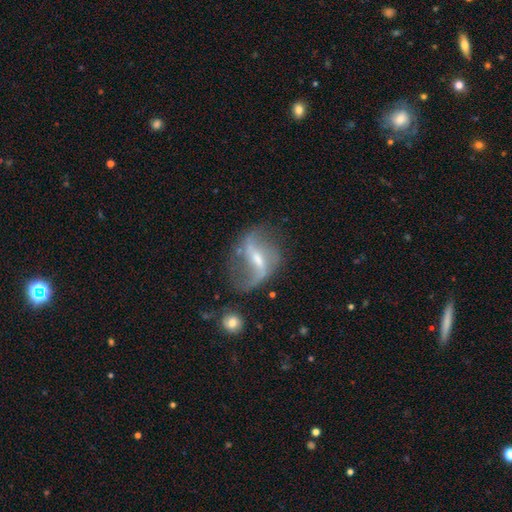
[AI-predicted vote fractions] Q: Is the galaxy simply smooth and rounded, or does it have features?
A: featured or disk — 84%.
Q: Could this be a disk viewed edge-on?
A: no — 95%.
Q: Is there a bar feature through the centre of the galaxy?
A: strong — 44%.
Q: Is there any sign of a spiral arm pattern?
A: yes — 91%.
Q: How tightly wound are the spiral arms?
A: loose — 79%.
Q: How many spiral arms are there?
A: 2 — 86%.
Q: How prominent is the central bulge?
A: small — 51%.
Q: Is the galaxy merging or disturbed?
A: none — 64%.